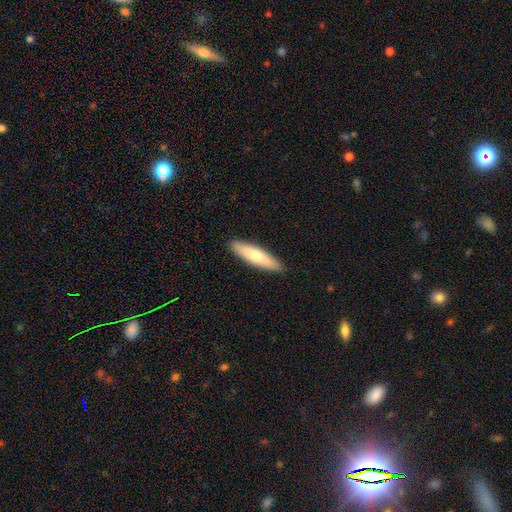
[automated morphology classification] A smooth galaxy with no disk features (67%) that is cigar-shaped (76%). Merging: none (91%).